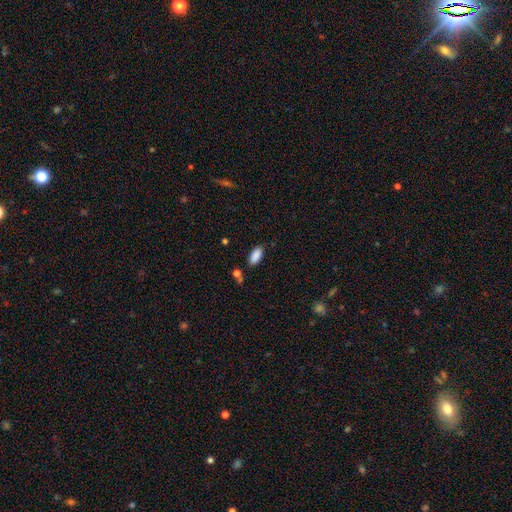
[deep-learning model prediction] This is clearly a smooth galaxy (88%). How rounded: clearly in between (87%). Merging: clearly none (80%).